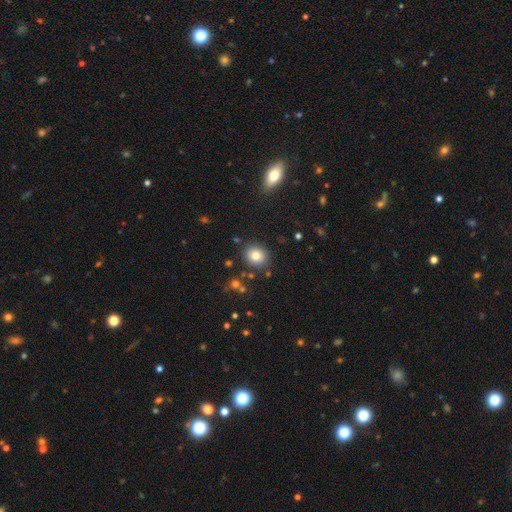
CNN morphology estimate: Q: Smooth or featured?
A: smooth (79%); runner-up: star or artifact (12%)
Q: How rounded?
A: round (72%); runner-up: in between (27%)
Q: Merging?
A: none (86%); runner-up: minor disturbance (8%)